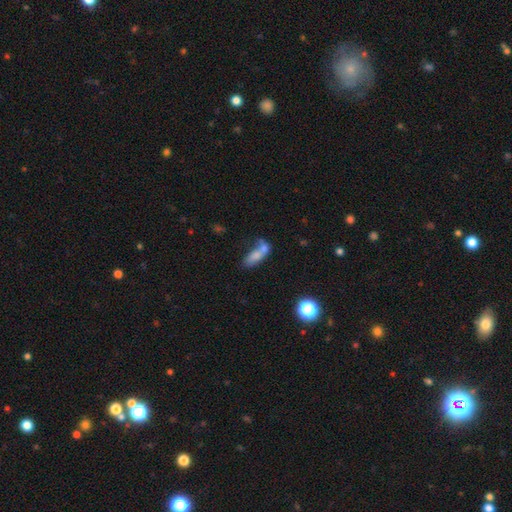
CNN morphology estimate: Smooth or featured?
  - smooth: 69% *
  - featured or disk: 20%
  - star or artifact: 11%
How rounded?
  - in between: 69% *
  - cigar-shaped: 25%
  - round: 6%
Merging?
  - merger: 51% *
  - none: 26%
  - minor disturbance: 13%
  - major disturbance: 10%